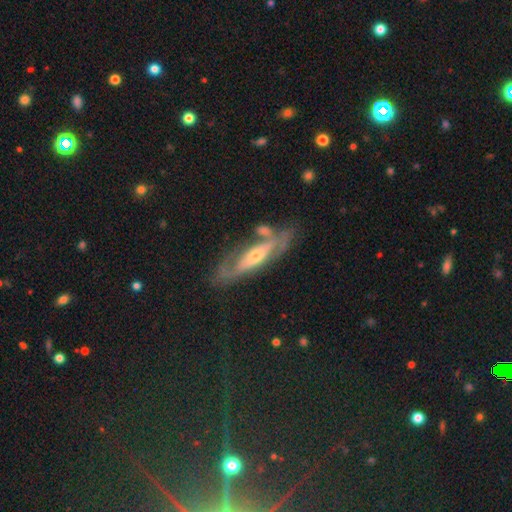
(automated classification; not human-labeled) featured or disk 74%, smooth 20%, star or artifact 6%. Down the decision tree: edge-on disk — no (67%); merging — none (57%).